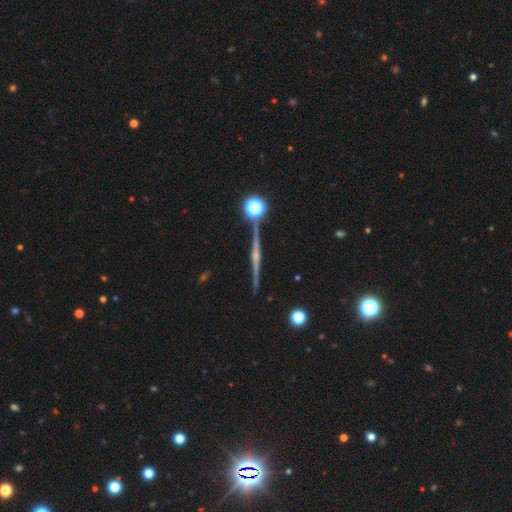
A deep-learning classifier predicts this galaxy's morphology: The model was most divided on "edge-on bulge": rounded: 75%, none: 15%, boxy: 10%. More confident: edge-on disk — yes (98%); merging — none (90%); smooth or featured — featured or disk (82%).